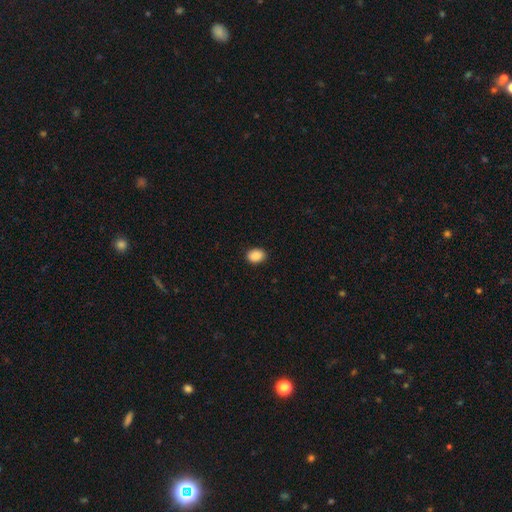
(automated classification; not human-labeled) This is clearly a smooth galaxy (90%). How rounded: likely in between (66%). Merging: clearly none (90%).